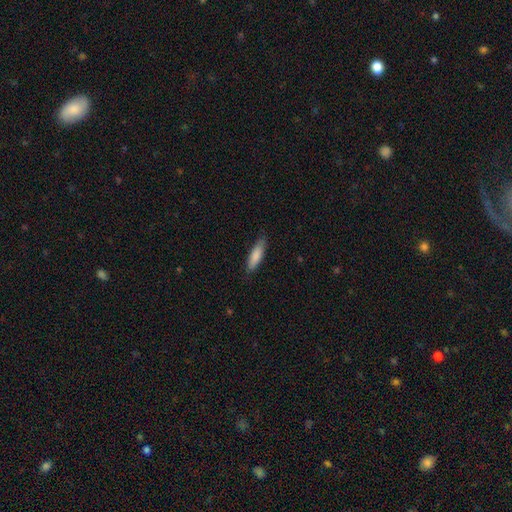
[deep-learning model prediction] Morphology: type=smooth (84%); roundness=cigar-shaped (61%); merging=none (83%).